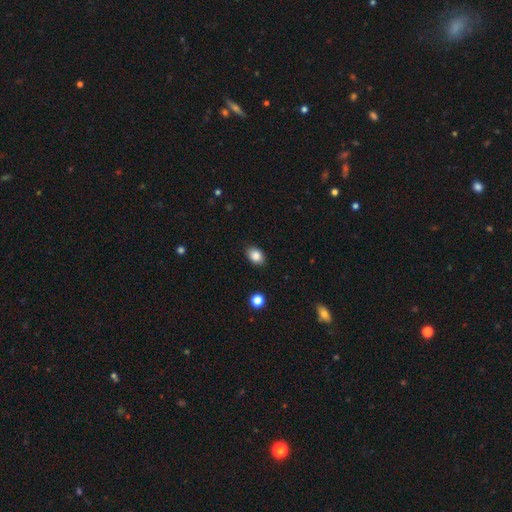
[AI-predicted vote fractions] Q: Smooth or featured?
A: smooth (87%); runner-up: star or artifact (9%)
Q: How rounded?
A: in between (74%); runner-up: round (25%)
Q: Merging?
A: none (87%); runner-up: minor disturbance (10%)